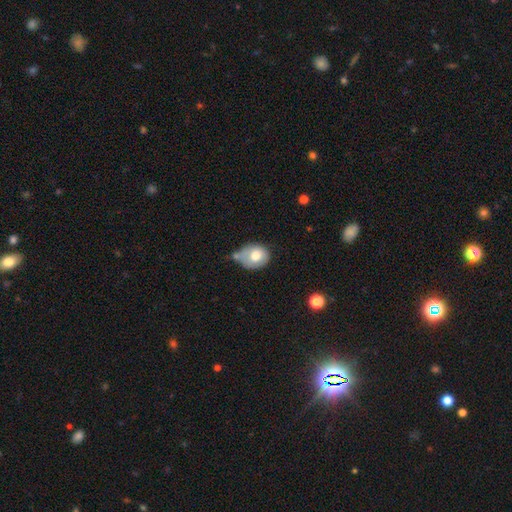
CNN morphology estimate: smooth-or-featured: smooth: 72% | featured or disk: 21% | star or artifact: 7%
  how-rounded: round: 63% | in between: 36% | cigar-shaped: 1%
  merging: none: 36% | minor disturbance: 32% | merger: 18% | major disturbance: 14%